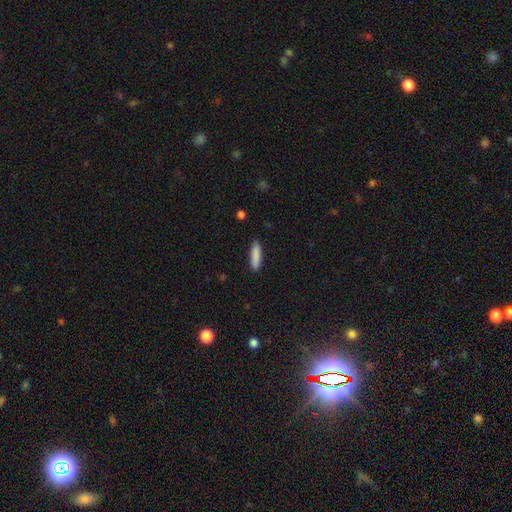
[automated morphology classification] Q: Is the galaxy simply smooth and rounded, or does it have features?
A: smooth — 88%.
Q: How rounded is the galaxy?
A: cigar-shaped — 70%.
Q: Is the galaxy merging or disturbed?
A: none — 89%.